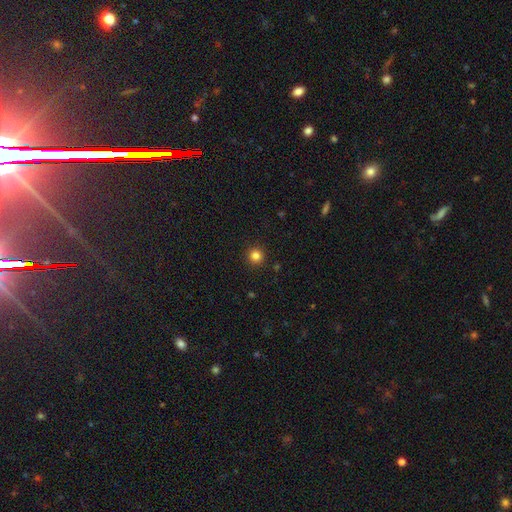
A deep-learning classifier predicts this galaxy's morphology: This is clearly a smooth galaxy (82%). How rounded: clearly round (95%). Merging: clearly none (93%).